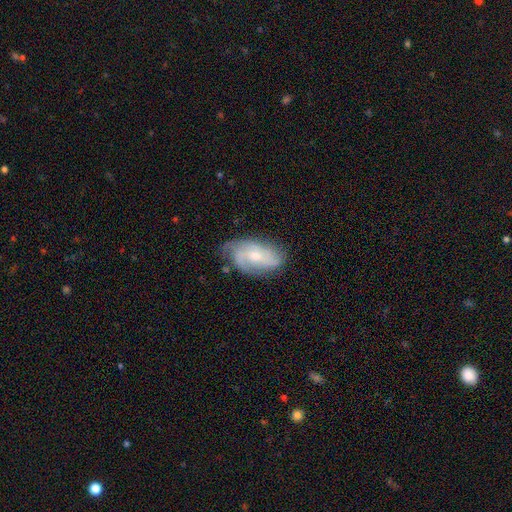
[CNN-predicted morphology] The model was most divided on "spiral arm count": 2: 33%, 3: 31%, can't tell: 22%, 4: 6%, 1: 4%, more than 4: 3%. Remaining: edge-on disk — no (96%); spiral arms — yes (91%); smooth or featured — featured or disk (73%); merging — none (64%); bar — no (61%); bulge size — small (49%); spiral winding — medium (43%).